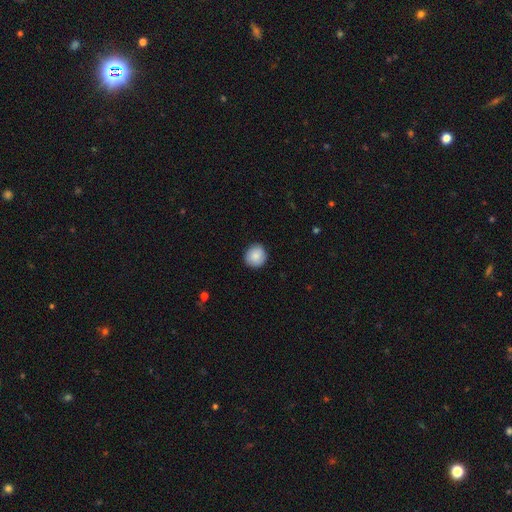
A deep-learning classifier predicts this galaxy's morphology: A smooth galaxy with no disk features (86%) that is round (89%). Merging: none (89%).